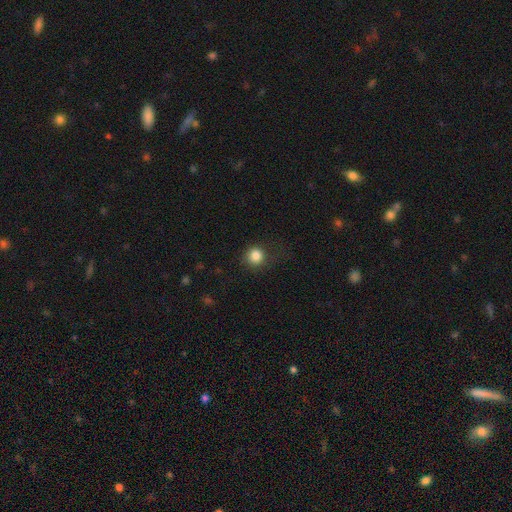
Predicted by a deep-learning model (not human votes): The model was most divided on "merging": none: 79%, minor disturbance: 14%, major disturbance: 6%, merger: 1%. More confident: how rounded — round (92%); smooth or featured — smooth (84%).